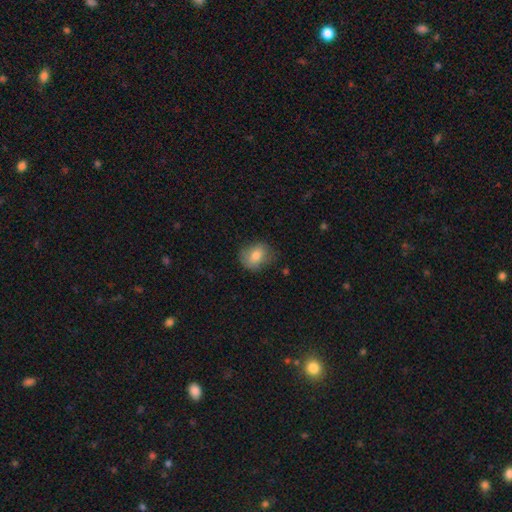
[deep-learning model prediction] smooth 78%, featured or disk 13%, star or artifact 9%. Down the decision tree: how rounded — round (54%); merging — none (67%).